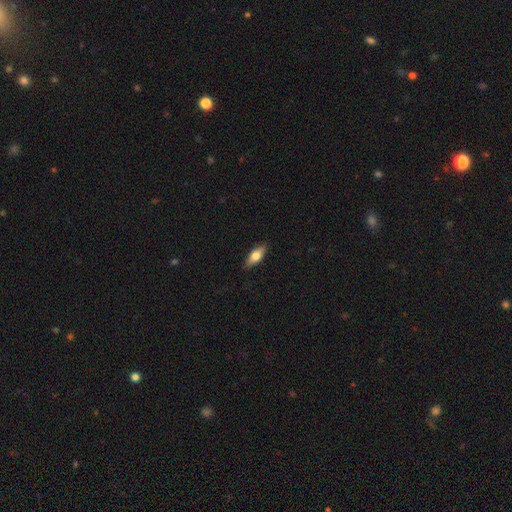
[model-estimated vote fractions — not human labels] Smooth or featured?
  - smooth: 64% *
  - featured or disk: 30%
  - star or artifact: 6%
How rounded?
  - in between: 70% *
  - cigar-shaped: 27%
  - round: 3%
Merging?
  - none: 87% *
  - minor disturbance: 10%
  - major disturbance: 2%
  - merger: 1%